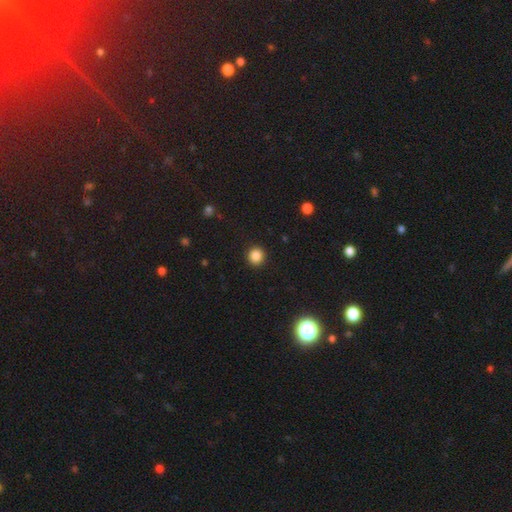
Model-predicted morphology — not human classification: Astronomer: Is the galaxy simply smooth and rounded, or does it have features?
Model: smooth — 85%.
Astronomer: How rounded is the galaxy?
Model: round — 91%.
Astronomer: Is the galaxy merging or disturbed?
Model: none — 92%.